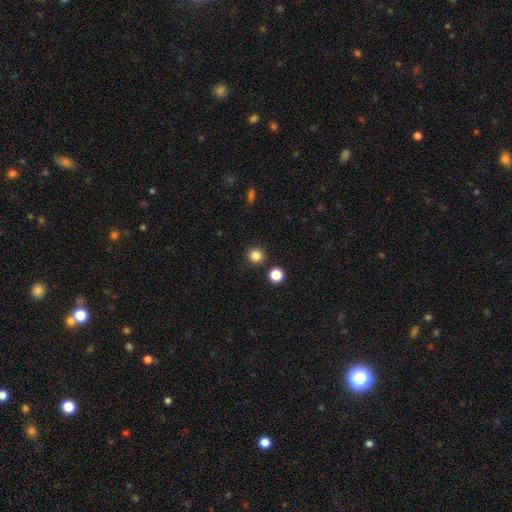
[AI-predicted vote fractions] The model was most divided on "smooth or featured": smooth: 85%, star or artifact: 12%, featured or disk: 4%. More confident: how rounded — round (94%); merging — none (89%).